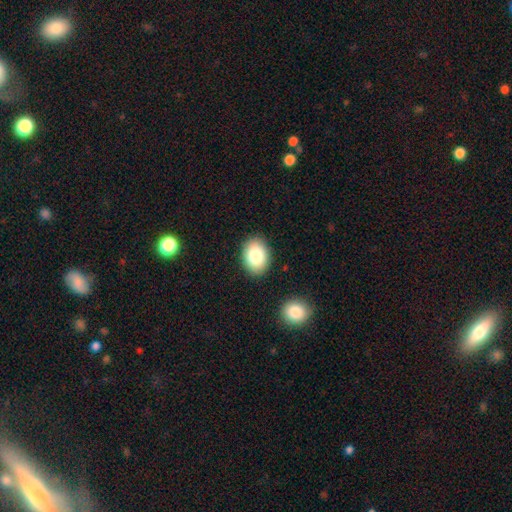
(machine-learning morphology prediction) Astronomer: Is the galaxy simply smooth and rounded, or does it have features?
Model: smooth — 83%.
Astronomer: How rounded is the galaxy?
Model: in between — 74%.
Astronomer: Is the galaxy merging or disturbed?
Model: none — 88%.